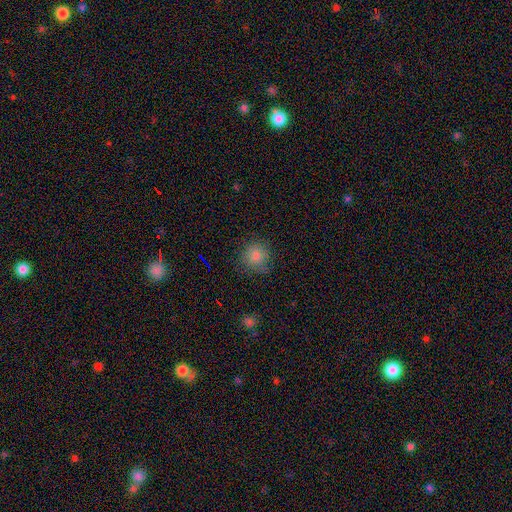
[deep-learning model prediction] Smooth or featured?
  - smooth: 81% *
  - star or artifact: 12%
  - featured or disk: 7%
How rounded?
  - round: 89% *
  - in between: 10%
  - cigar-shaped: 1%
Merging?
  - none: 79% *
  - minor disturbance: 16%
  - major disturbance: 4%
  - merger: 1%